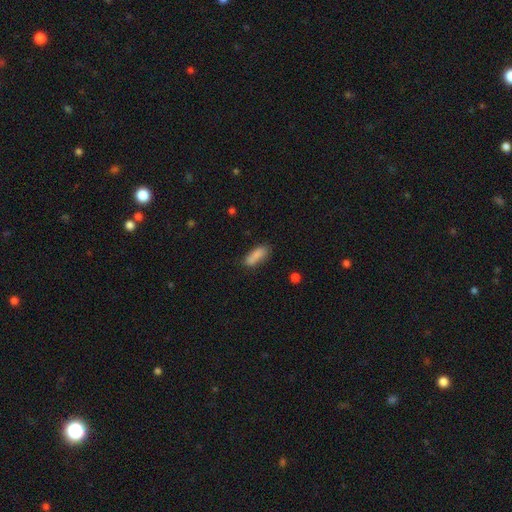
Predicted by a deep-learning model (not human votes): A smooth galaxy with no disk features (83%) that is in between round and cigar-shaped (63%).

Vote fractions:
- Smooth or featured? smooth: 83% / featured or disk: 9% / star or artifact: 8%
- How rounded? in between: 63% / cigar-shaped: 34% / round: 3%
- Merging? none: 66% / minor disturbance: 21% / merger: 8% / major disturbance: 5%